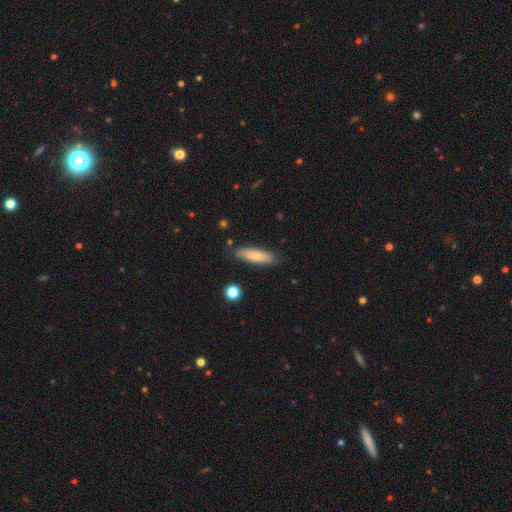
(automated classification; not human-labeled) Smooth or featured: smooth — 74% (featured or disk — 20%)
How rounded: cigar-shaped — 58% (in between — 40%)
Merging: none — 81% (minor disturbance — 14%)